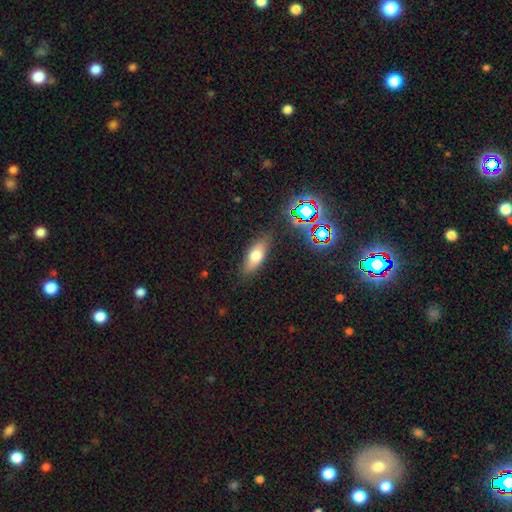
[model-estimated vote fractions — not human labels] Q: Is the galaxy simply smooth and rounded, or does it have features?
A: smooth — 70%.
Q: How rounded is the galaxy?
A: in between — 75%.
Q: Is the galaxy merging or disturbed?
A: none — 82%.